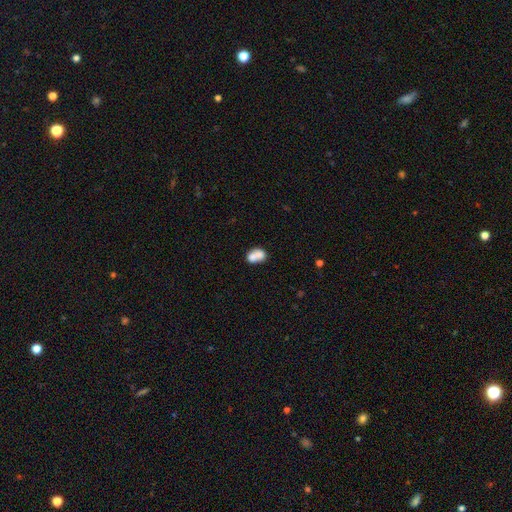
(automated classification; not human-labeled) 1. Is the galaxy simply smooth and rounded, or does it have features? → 72% smooth, 20% featured or disk, 9% star or artifact.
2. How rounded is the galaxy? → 68% in between, 30% round, 1% cigar-shaped.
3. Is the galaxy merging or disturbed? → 62% merger, 23% none, 10% minor disturbance, 6% major disturbance.